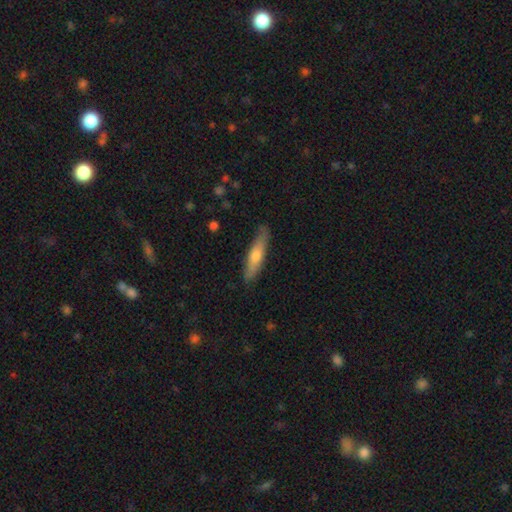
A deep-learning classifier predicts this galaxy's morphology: smooth-or-featured: smooth: 53% | featured or disk: 42% | star or artifact: 6%
  how-rounded: cigar-shaped: 84% | in between: 14% | round: 2%
  merging: none: 87% | minor disturbance: 10% | major disturbance: 2% | merger: 1%